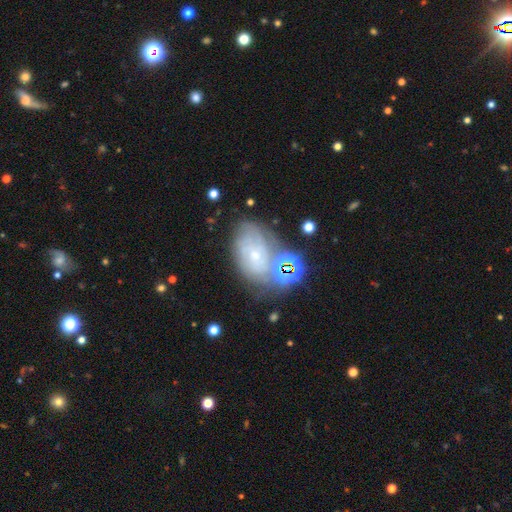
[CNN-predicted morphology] Smooth or featured? Predicted: featured or disk (p=0.63). Edge-on disk? Predicted: no (p=0.96). Bar? Predicted: no (p=0.77). Spiral arms? Predicted: yes (p=0.79). Bulge size? Predicted: small (p=0.75). Merging? Predicted: none (p=0.53).